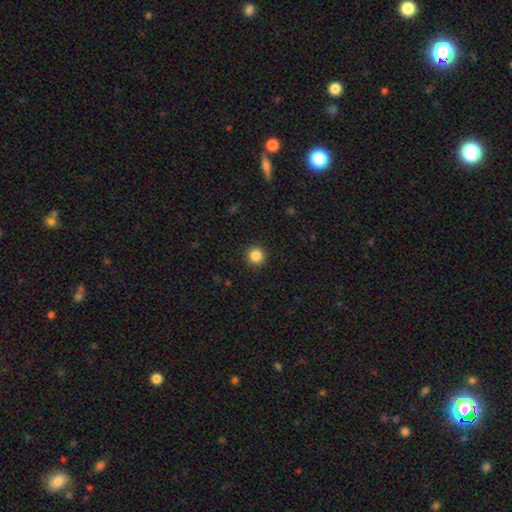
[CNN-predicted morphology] This appears to be a smooth galaxy with no disk features (86%) that is round (95%). Merging: none (92%).